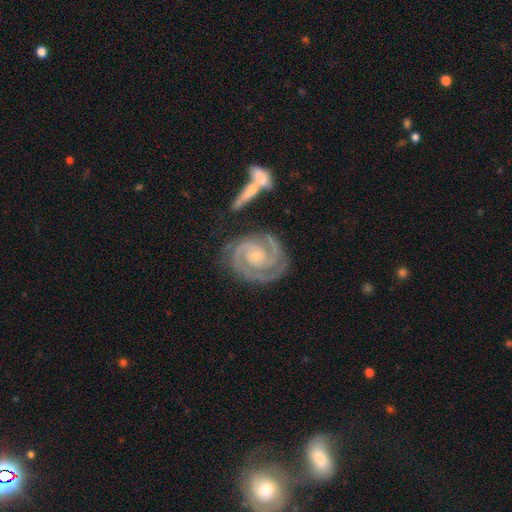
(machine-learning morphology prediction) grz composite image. It shows a featured or disk galaxy (93%) with no bar (68%), 2 (85%) tight (76%) spiral arms (99%) and a small central bulge (73%). Merging: none (74%).